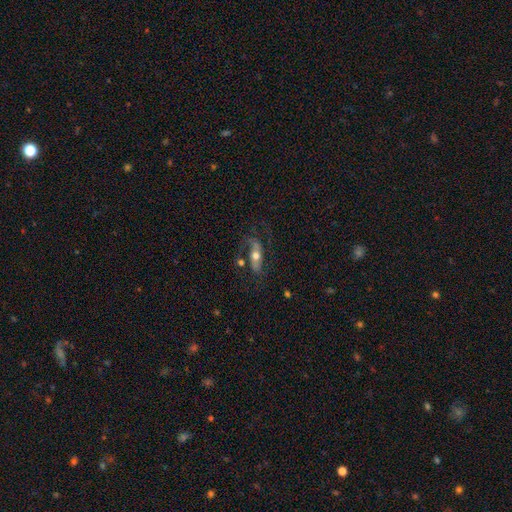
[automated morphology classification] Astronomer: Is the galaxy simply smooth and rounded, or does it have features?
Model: featured or disk — 61%.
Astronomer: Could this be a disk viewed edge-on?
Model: no — 78%.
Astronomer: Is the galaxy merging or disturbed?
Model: none — 54%.